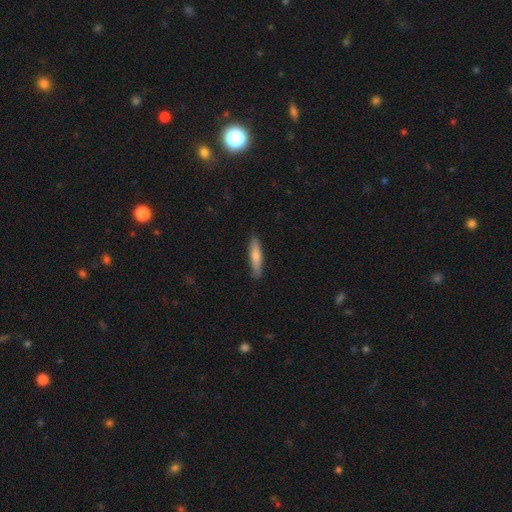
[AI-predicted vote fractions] Morphology: type=smooth (71%); roundness=cigar-shaped (83%); merging=none (87%).